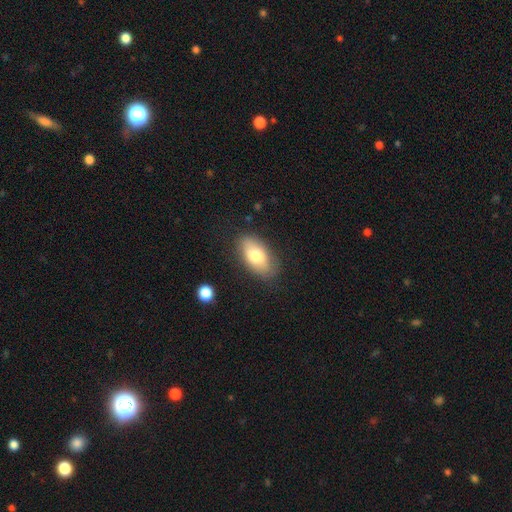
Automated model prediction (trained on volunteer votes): Smooth or featured? smooth (74%)
How rounded? in between (92%)
Merging? none (82%)